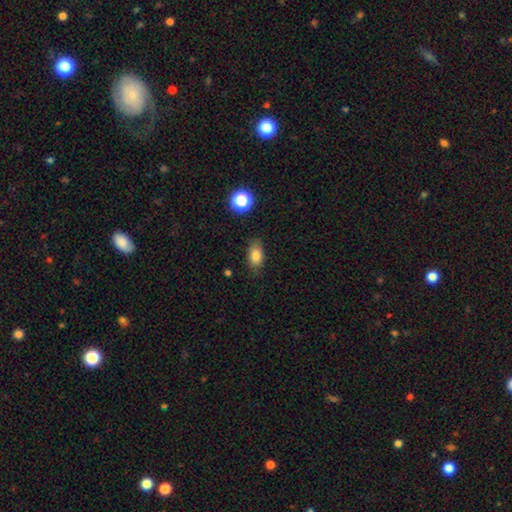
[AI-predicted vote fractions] Morphology: type=smooth (83%); roundness=in between (87%); merging=none (79%).